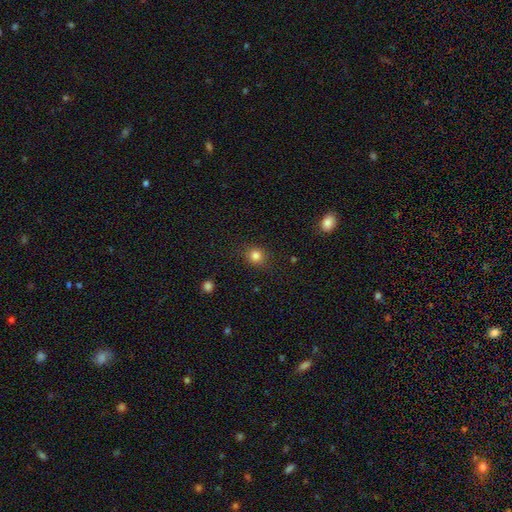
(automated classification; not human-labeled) Smooth or featured?
  - smooth: 83% *
  - star or artifact: 12%
  - featured or disk: 5%
How rounded?
  - round: 83% *
  - in between: 16%
  - cigar-shaped: 1%
Merging?
  - none: 88% *
  - minor disturbance: 8%
  - major disturbance: 3%
  - merger: 1%